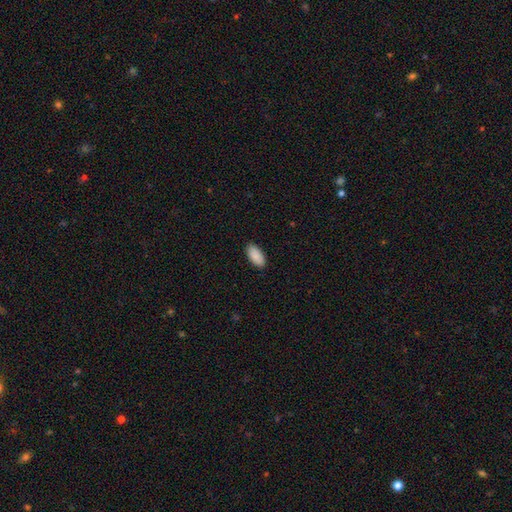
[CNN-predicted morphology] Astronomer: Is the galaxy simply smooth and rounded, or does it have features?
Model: smooth — 90%.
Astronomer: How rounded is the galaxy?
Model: in between — 94%.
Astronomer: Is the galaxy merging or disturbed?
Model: none — 88%.